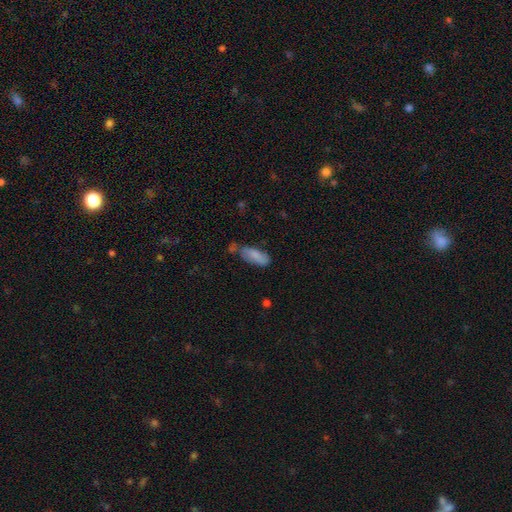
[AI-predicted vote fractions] smooth_or_featured: smooth (p=0.82) [alt: featured or disk p=0.11]
how_rounded: in between (p=0.76) [alt: cigar-shaped p=0.22]
merging: none (p=0.57) [alt: minor disturbance p=0.25]